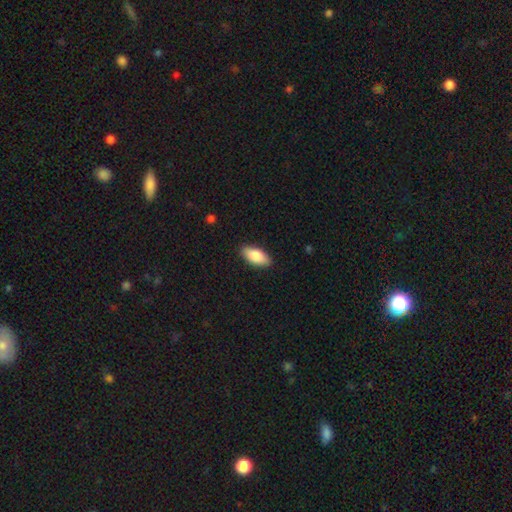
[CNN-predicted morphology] Smooth or featured? smooth (84%)
How rounded? in between (90%)
Merging? none (88%)